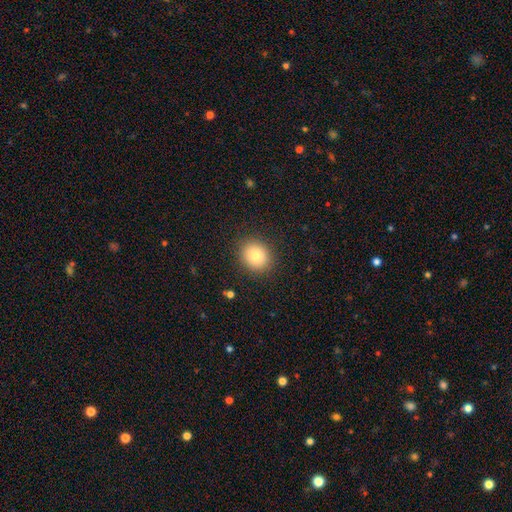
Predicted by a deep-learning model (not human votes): smooth 80%, star or artifact 10%, featured or disk 9%. Down the decision tree: how rounded — round (78%); merging — none (89%).